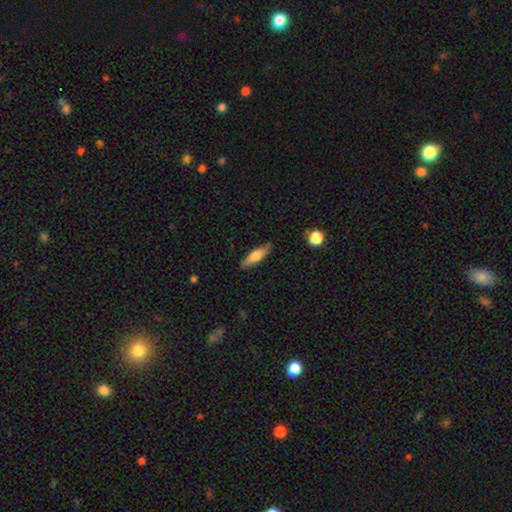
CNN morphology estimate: A smooth galaxy with no disk features (60%) that is cigar-shaped (65%).

Vote fractions:
- Smooth or featured? smooth: 60% / featured or disk: 34% / star or artifact: 6%
- How rounded? cigar-shaped: 65% / in between: 33% / round: 2%
- Merging? none: 85% / minor disturbance: 11% / major disturbance: 2% / merger: 1%